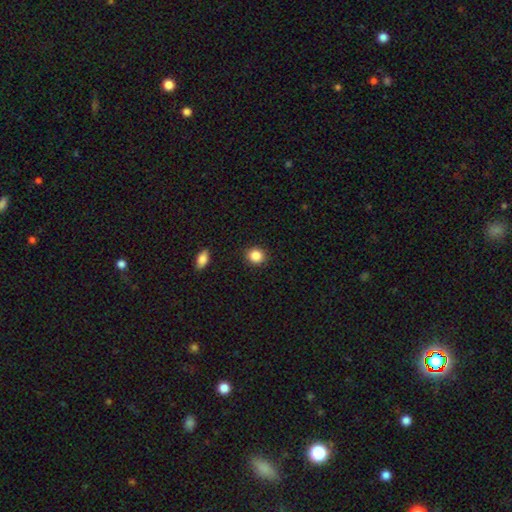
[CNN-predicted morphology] The model was most divided on "how rounded": round: 83%, in between: 16%, cigar-shaped: 1%. More confident: merging — none (90%); smooth or featured — smooth (86%).